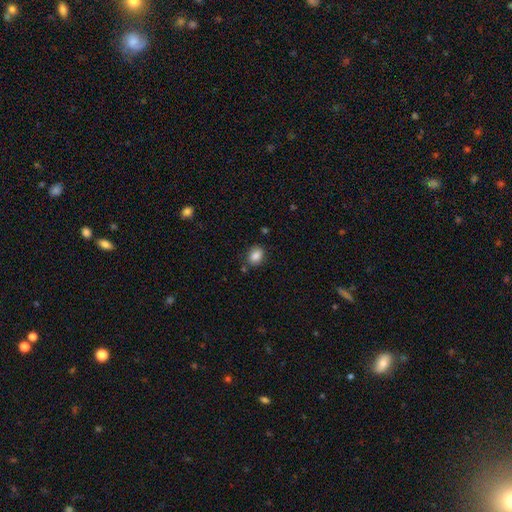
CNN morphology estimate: smooth-or-featured: smooth: 86% | star or artifact: 9% | featured or disk: 5%
  how-rounded: in between: 59% | round: 40% | cigar-shaped: 1%
  merging: none: 80% | minor disturbance: 13% | merger: 4% | major disturbance: 3%